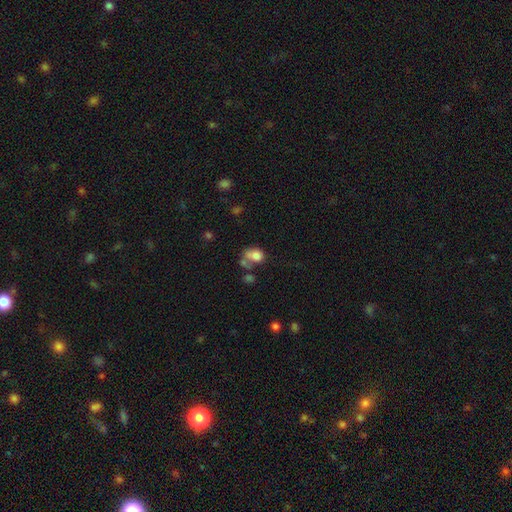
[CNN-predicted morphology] Smooth or featured? Predicted: smooth (p=0.73). How rounded? Predicted: in between (p=0.62). Merging? Predicted: merger (p=0.37).